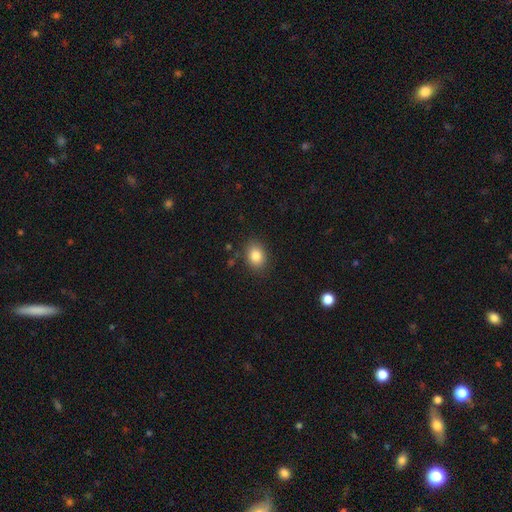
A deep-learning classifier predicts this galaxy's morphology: Q: Smooth or featured?
A: smooth (84%); runner-up: star or artifact (9%)
Q: How rounded?
A: in between (60%); runner-up: round (39%)
Q: Merging?
A: none (86%); runner-up: minor disturbance (10%)